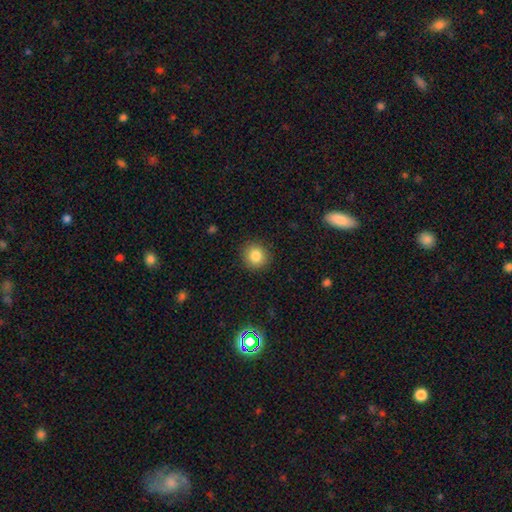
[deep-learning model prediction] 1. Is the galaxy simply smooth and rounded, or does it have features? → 83% smooth, 10% star or artifact, 6% featured or disk.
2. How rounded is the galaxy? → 90% round, 10% in between, 1% cigar-shaped.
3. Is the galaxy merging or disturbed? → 90% none, 7% minor disturbance, 2% major disturbance, 1% merger.